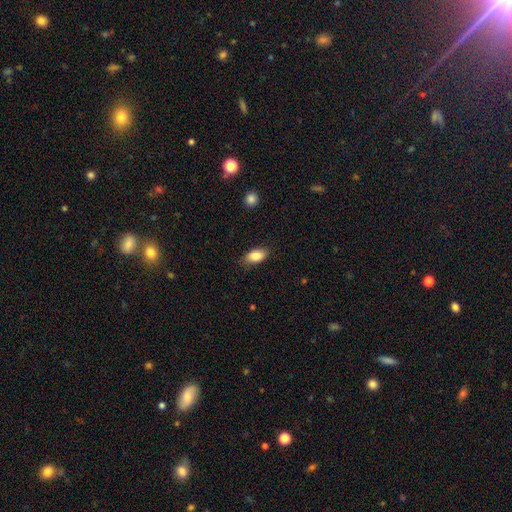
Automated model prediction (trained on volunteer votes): Overall: smooth (85%). How rounded: in between (90%). Merging: none (83%).